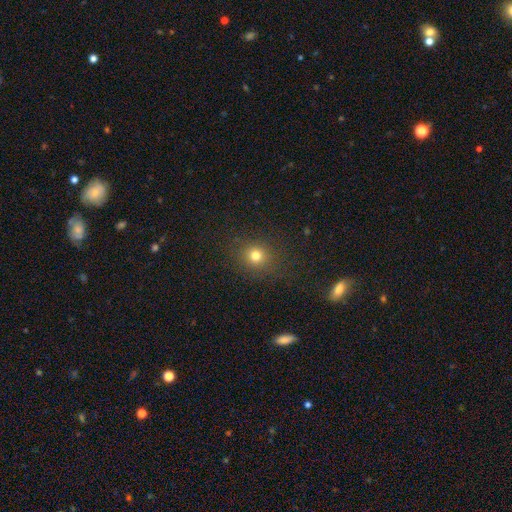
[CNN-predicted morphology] Smooth or featured: smooth — 76% (star or artifact — 17%)
How rounded: round — 84% (in between — 15%)
Merging: none — 87% (minor disturbance — 8%)